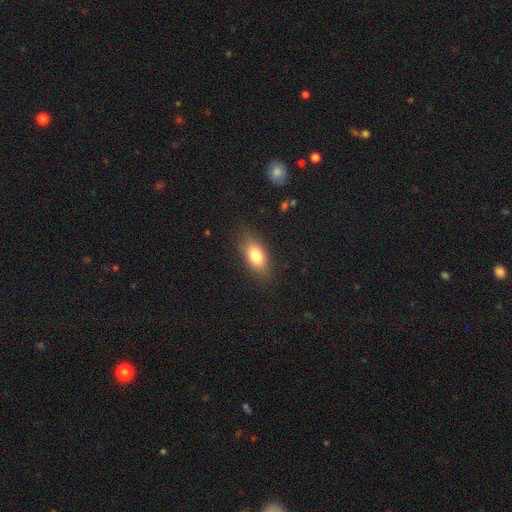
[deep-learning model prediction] Q: Smooth or featured?
A: smooth (80%); runner-up: featured or disk (12%)
Q: How rounded?
A: in between (86%); runner-up: cigar-shaped (7%)
Q: Merging?
A: none (82%); runner-up: minor disturbance (13%)